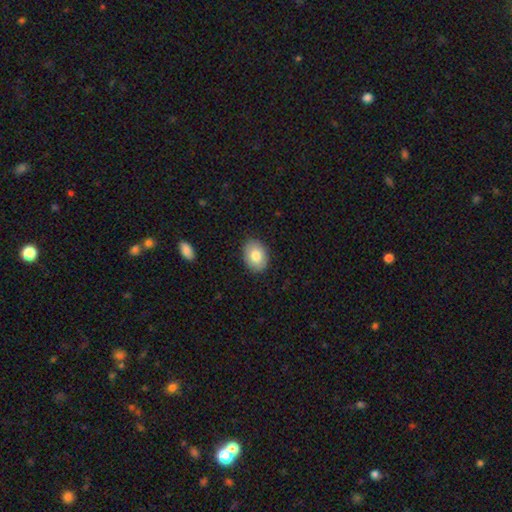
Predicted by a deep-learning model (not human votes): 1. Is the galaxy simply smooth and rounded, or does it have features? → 80% smooth, 13% featured or disk, 7% star or artifact.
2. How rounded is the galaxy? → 72% in between, 27% round, 1% cigar-shaped.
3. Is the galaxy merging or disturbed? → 86% none, 10% minor disturbance, 2% major disturbance, 1% merger.